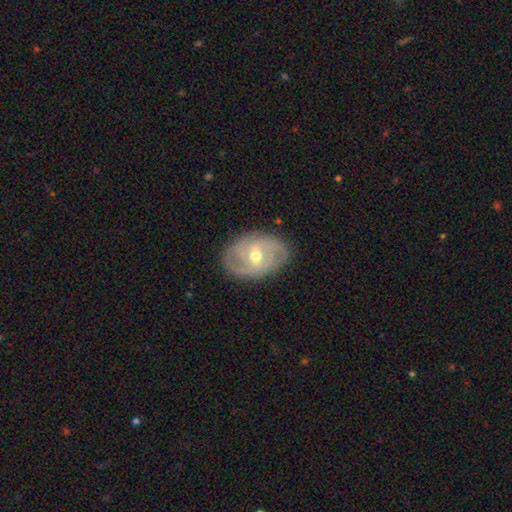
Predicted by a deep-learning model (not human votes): smooth-or-featured: featured or disk: 83% | smooth: 12% | star or artifact: 6%
  disk-edge-on: no: 96% | yes: 4%
    bar: weak: 49% | no: 32% | strong: 19%
    has-spiral-arms: yes: 92% | no: 8%
      spiral-winding: tight: 52% | medium: 37% | loose: 11%
      spiral-arm-count: 2: 36% | 3: 27% | can't tell: 22% | 4: 7% | 1: 4% | more than 4: 4%
    bulge-size: moderate: 66% | small: 30% | large: 2% | none: 1% | dominant: 1%
  merging: none: 80% | minor disturbance: 15% | major disturbance: 4% | merger: 1%